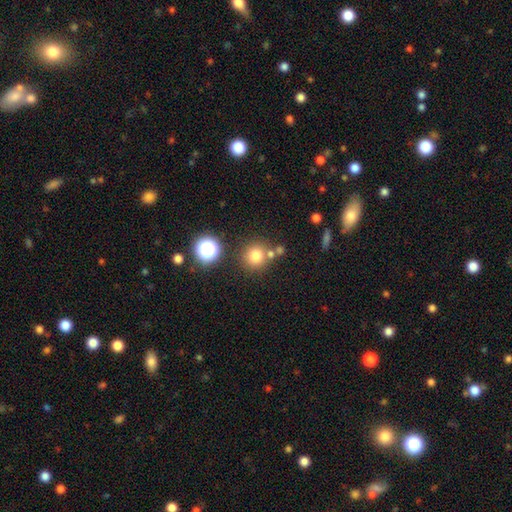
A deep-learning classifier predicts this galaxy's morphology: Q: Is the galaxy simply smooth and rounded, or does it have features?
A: smooth — 77%.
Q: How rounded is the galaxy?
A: round — 91%.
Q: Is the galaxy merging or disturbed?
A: none — 73%.